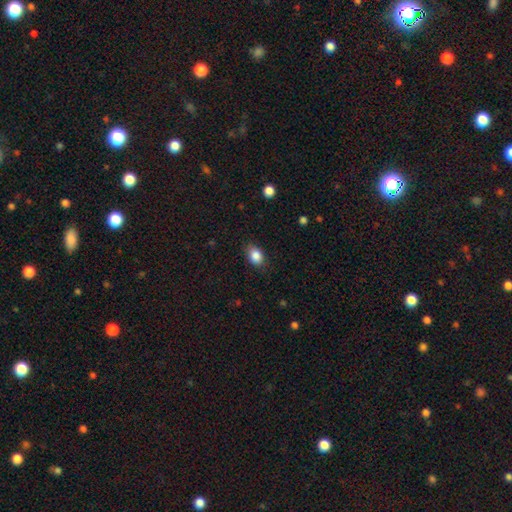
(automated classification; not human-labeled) This appears to be a smooth galaxy with no disk features (86%) that is in between round and cigar-shaped (76%). Merging: none (82%).